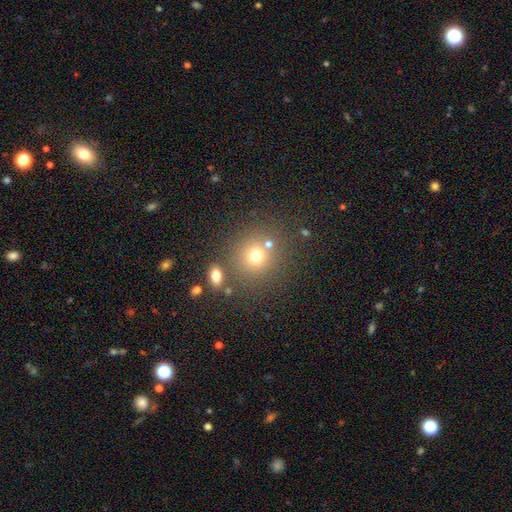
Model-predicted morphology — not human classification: type=smooth (72%); roundness=round (86%); merging=none (72%).